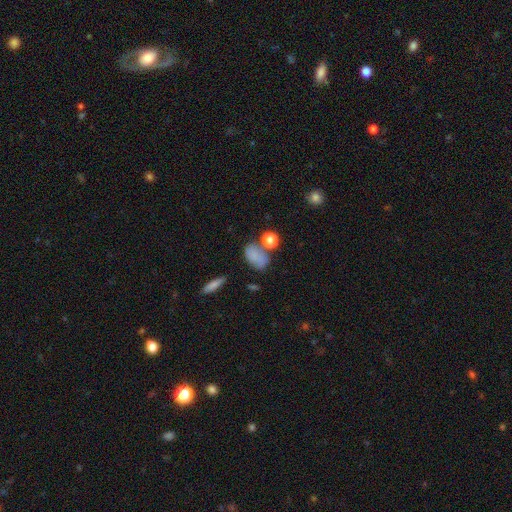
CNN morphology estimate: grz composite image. It shows a smooth galaxy with no disk features (76%) that is in between round and cigar-shaped (79%). Merging: none (48%).